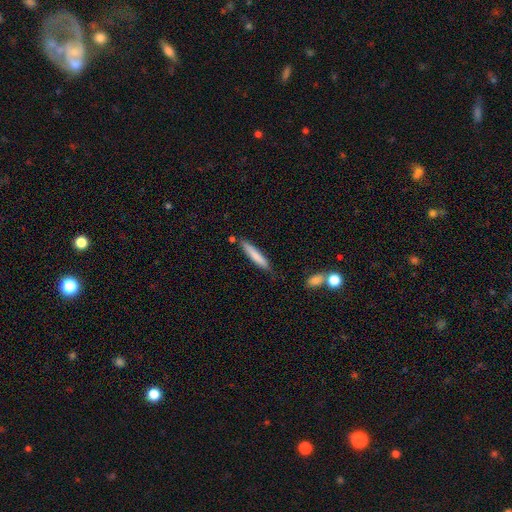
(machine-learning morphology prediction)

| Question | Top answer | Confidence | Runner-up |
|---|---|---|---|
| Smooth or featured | smooth | 77% | featured or disk (17%) |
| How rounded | cigar-shaped | 91% | in between (8%) |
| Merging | none | 78% | minor disturbance (15%) |